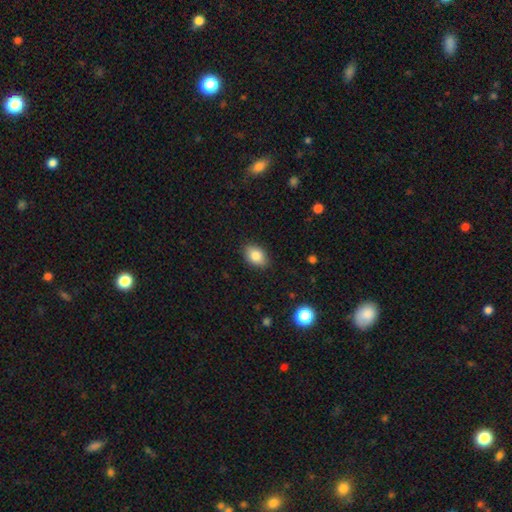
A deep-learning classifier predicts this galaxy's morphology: Smooth or featured?
  - smooth: 84% *
  - star or artifact: 8%
  - featured or disk: 8%
How rounded?
  - in between: 82% *
  - round: 17%
  - cigar-shaped: 1%
Merging?
  - none: 86% *
  - minor disturbance: 10%
  - major disturbance: 2%
  - merger: 1%